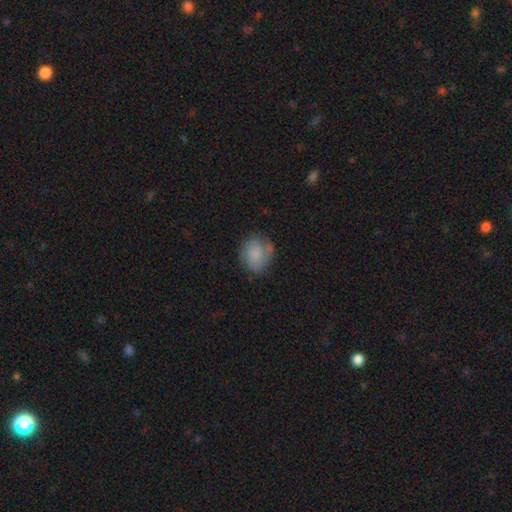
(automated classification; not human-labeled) smooth 75%, featured or disk 17%, star or artifact 8%. Down the decision tree: how rounded — round (62%); merging — none (59%).